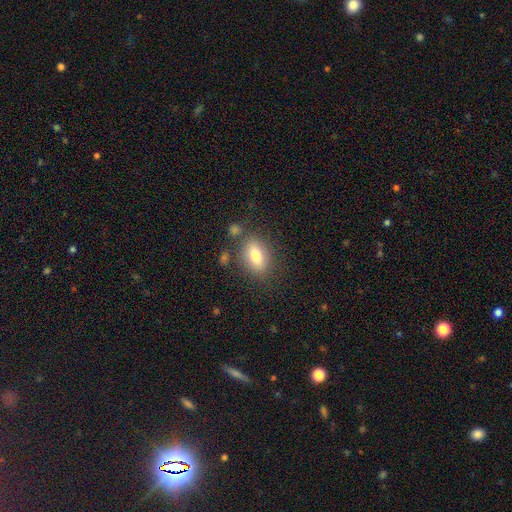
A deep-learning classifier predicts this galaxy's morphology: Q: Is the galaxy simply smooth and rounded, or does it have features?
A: smooth — 75%.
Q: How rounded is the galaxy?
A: in between — 81%.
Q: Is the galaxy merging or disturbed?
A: none — 76%.